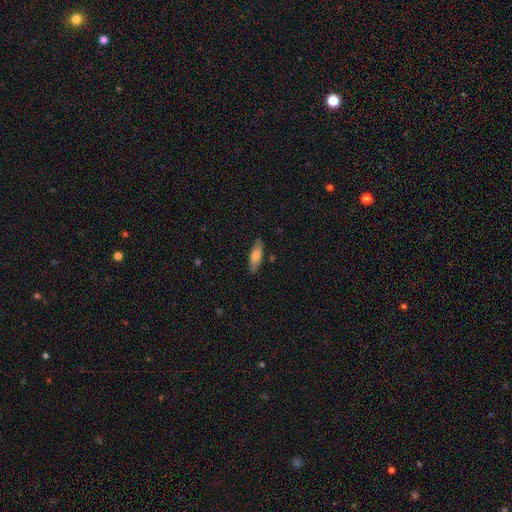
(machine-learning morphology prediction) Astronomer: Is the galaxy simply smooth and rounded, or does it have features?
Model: smooth — 71%.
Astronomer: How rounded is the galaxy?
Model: in between — 60% (runner-up: cigar-shaped, 37%).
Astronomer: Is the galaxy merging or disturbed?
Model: none — 86%.